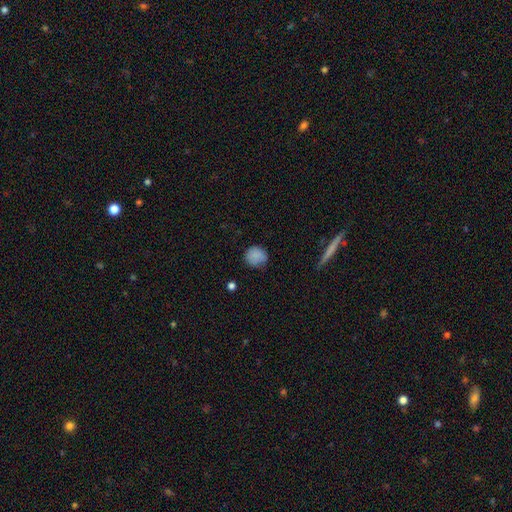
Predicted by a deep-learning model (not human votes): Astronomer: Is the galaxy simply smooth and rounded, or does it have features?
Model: smooth — 86%.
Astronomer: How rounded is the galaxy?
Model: round — 86%.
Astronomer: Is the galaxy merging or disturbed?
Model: none — 79%.